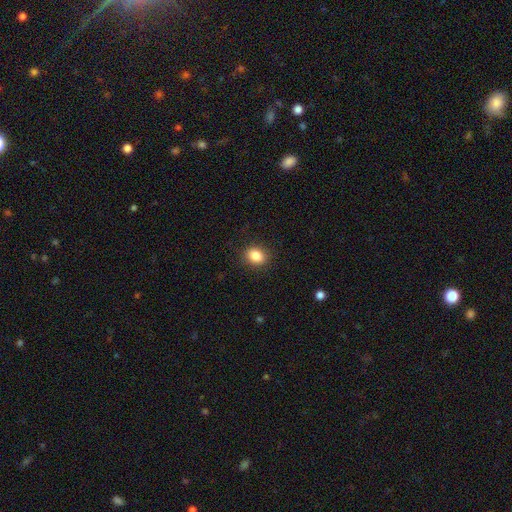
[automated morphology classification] Smooth or featured? smooth (85%)
How rounded? in between (52%)
Merging? none (89%)